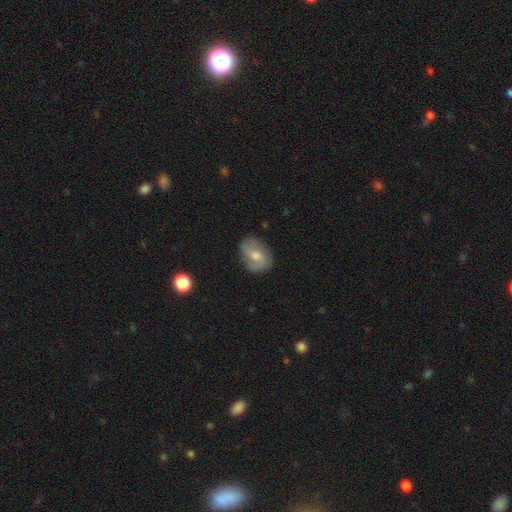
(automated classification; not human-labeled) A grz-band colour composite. It shows a featured or disk galaxy (47%). Merging: none (68%).